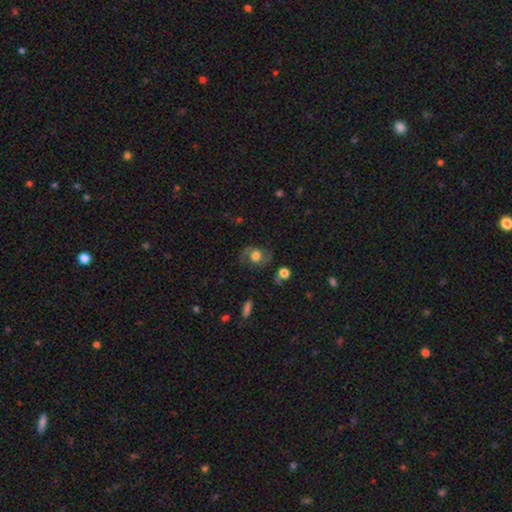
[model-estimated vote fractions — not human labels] Morphology: type=featured or disk (47%); merging=none (68%).